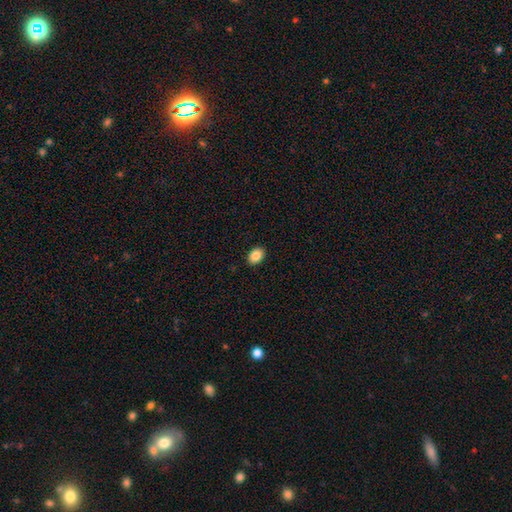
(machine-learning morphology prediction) smooth 87%, star or artifact 8%, featured or disk 5%. Down the decision tree: how rounded — in between (78%); merging — none (91%).